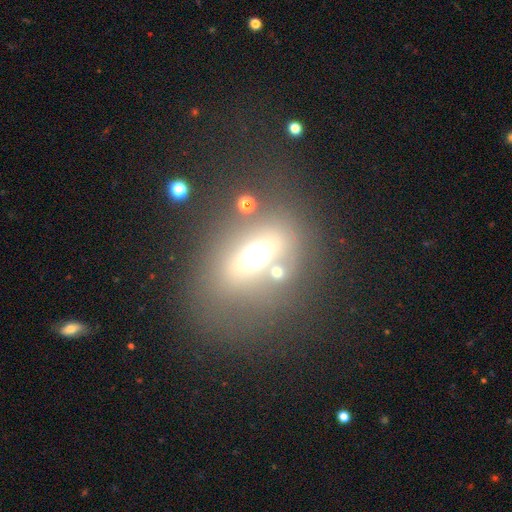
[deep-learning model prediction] This is possibly a smooth galaxy (49%). Merging: likely none (63%).